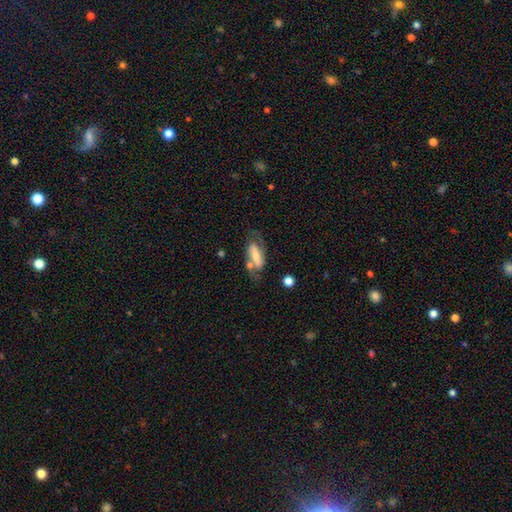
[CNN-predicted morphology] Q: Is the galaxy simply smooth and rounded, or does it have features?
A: featured or disk — 55%.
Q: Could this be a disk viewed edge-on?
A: no — 85%.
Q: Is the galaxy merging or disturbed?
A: none — 52%.